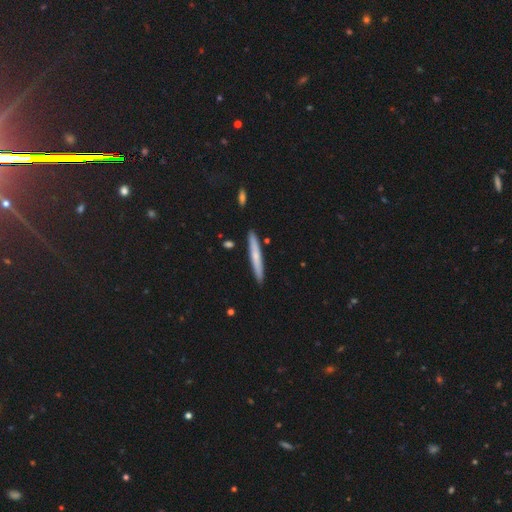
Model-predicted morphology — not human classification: A smooth galaxy with no disk features (59%) that is cigar-shaped (95%). Merging: none (89%).